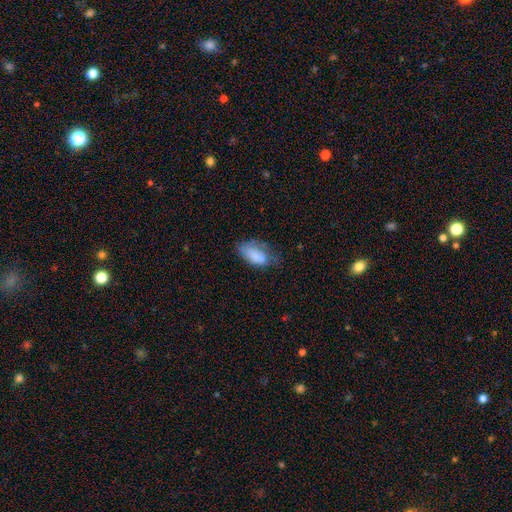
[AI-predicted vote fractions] A smooth galaxy with no disk features (79%) that is in between round and cigar-shaped (92%).

Vote fractions:
- Smooth or featured? smooth: 79% / featured or disk: 13% / star or artifact: 8%
- How rounded? in between: 92% / cigar-shaped: 5% / round: 3%
- Merging? none: 41% / minor disturbance: 37% / major disturbance: 20% / merger: 3%